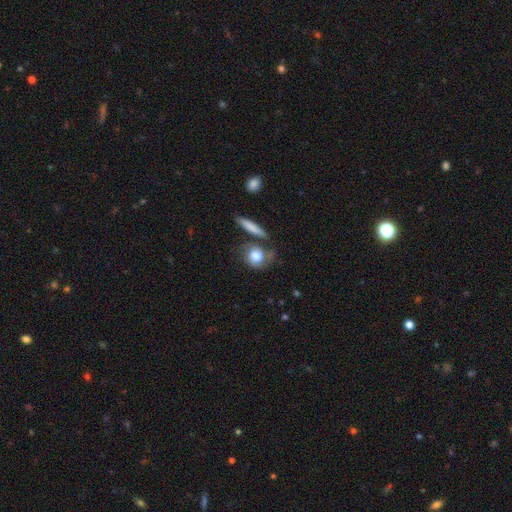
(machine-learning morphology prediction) The model was most divided on "how rounded": round: 60%, in between: 34%, cigar-shaped: 6%. Remaining: smooth or featured — smooth (70%); merging — none (49%).